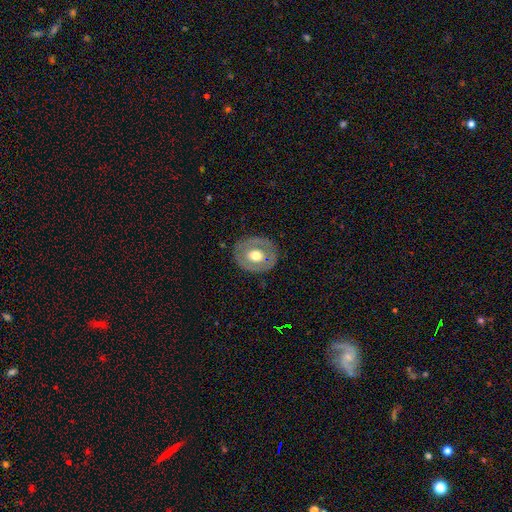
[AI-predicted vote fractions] Smooth or featured? Predicted: featured or disk (p=0.51). Edge-on disk? Predicted: no (p=0.93). Merging? Predicted: none (p=0.81).